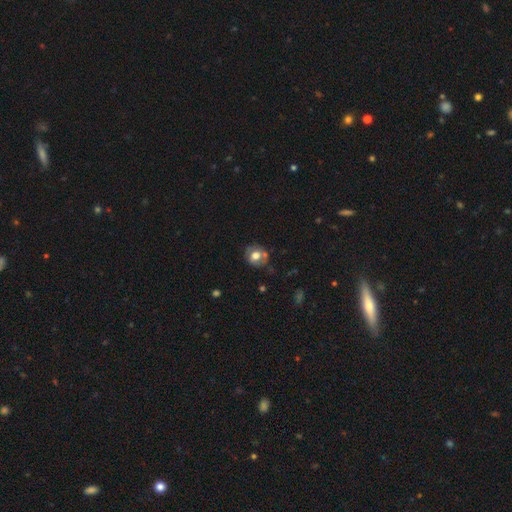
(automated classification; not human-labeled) Smooth or featured? smooth (58%)
How rounded? round (73%)
Merging? none (65%)